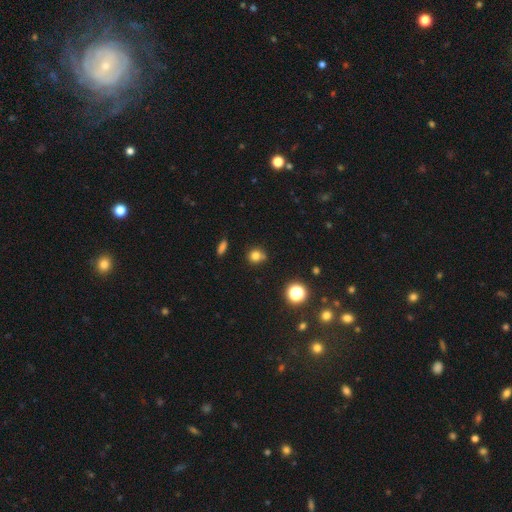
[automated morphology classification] This is likely a smooth galaxy (78%). How rounded: clearly round (82%). Merging: likely none (69%).